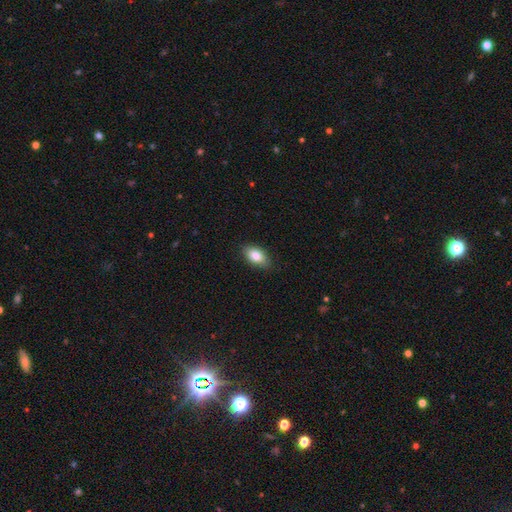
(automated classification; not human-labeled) Smooth or featured? Predicted: smooth (p=0.83). How rounded? Predicted: in between (p=0.91). Merging? Predicted: none (p=0.86).